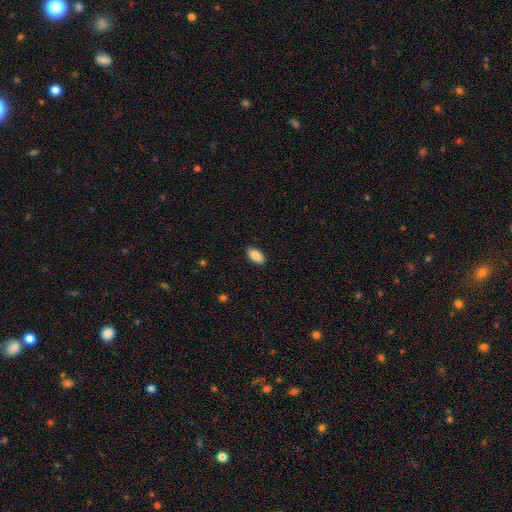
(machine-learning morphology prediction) smooth-or-featured: smooth: 89% | star or artifact: 7% | featured or disk: 4%
  how-rounded: in between: 93% | cigar-shaped: 4% | round: 2%
  merging: none: 89% | minor disturbance: 8% | major disturbance: 2% | merger: 1%